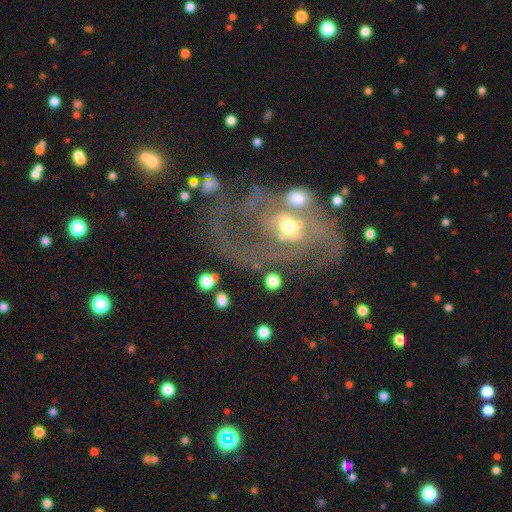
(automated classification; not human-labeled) smooth-or-featured: featured or disk: 83% | star or artifact: 10% | smooth: 8%
  disk-edge-on: no: 97% | yes: 3%
    bar: no: 55% | weak: 33% | strong: 12%
    has-spiral-arms: yes: 90% | no: 10%
      spiral-winding: medium: 43% | tight: 35% | loose: 21%
      spiral-arm-count: 2: 51% | can't tell: 19% | 1: 11% | 3: 9% | 4: 4% | more than 4: 4%
    bulge-size: moderate: 57% | small: 33% | large: 6% | none: 2% | dominant: 2%
  merging: none: 54% | major disturbance: 19% | minor disturbance: 17% | merger: 9%